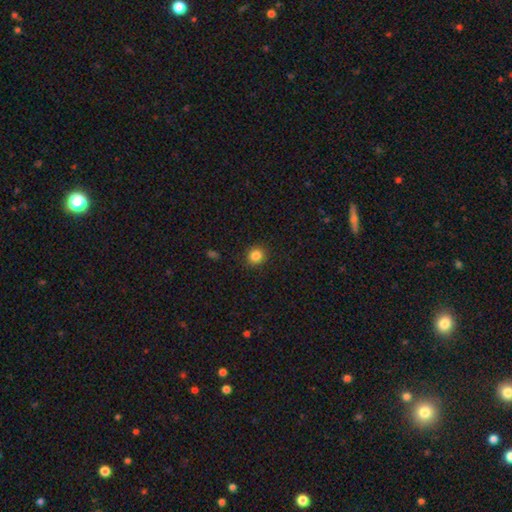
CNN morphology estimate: smooth-or-featured: smooth: 84% | star or artifact: 11% | featured or disk: 5%
  how-rounded: round: 86% | in between: 13% | cigar-shaped: 1%
  merging: none: 90% | minor disturbance: 7% | major disturbance: 2% | merger: 1%